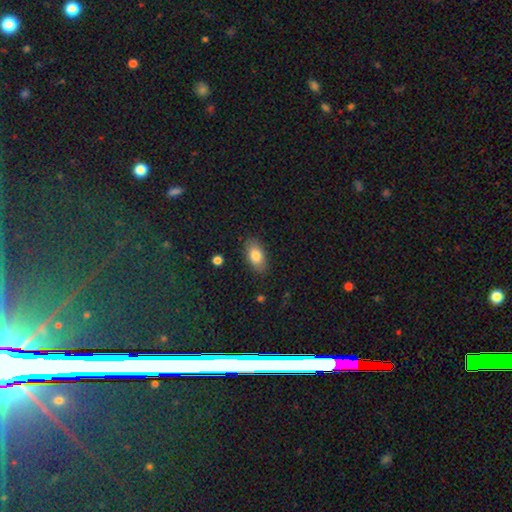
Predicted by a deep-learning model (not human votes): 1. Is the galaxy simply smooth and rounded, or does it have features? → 81% smooth, 12% featured or disk, 7% star or artifact.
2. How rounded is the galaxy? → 90% in between, 6% round, 5% cigar-shaped.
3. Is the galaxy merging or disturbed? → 86% none, 11% minor disturbance, 3% major disturbance, 1% merger.